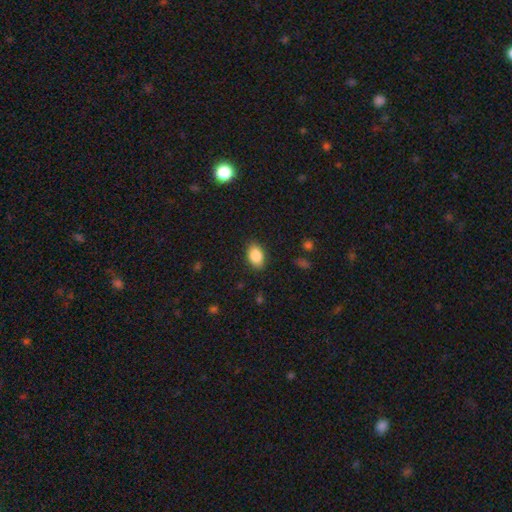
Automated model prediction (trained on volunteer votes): Smooth or featured? Predicted: smooth (p=0.86). How rounded? Predicted: in between (p=0.90). Merging? Predicted: none (p=0.87).